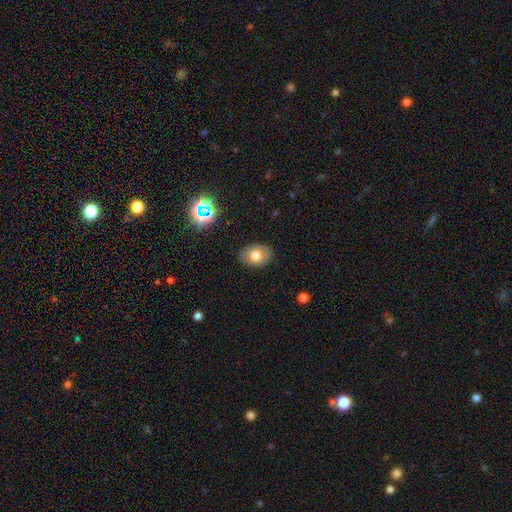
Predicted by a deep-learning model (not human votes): smooth 72%, featured or disk 17%, star or artifact 11%. Down the decision tree: how rounded — in between (77%); merging — none (86%).